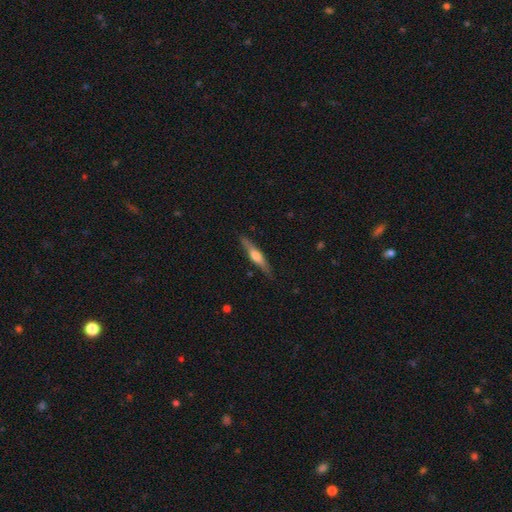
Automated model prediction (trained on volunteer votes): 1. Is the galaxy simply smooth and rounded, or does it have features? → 57% featured or disk, 37% smooth, 6% star or artifact.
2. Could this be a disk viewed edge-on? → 95% yes, 5% no.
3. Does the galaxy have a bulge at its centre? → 80% rounded, 14% boxy, 7% none.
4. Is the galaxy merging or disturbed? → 86% none, 11% minor disturbance, 2% major disturbance, 1% merger.